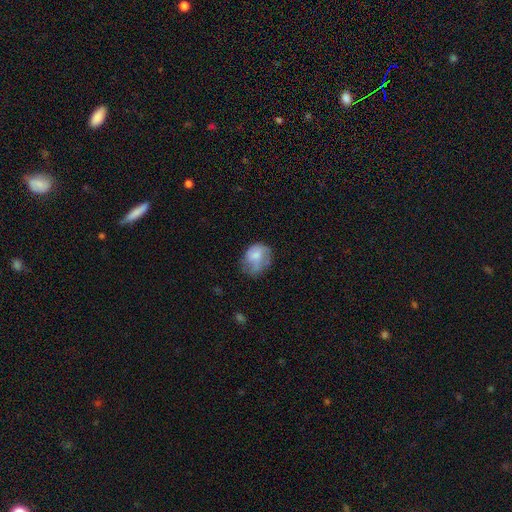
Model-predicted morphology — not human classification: Smooth or featured: smooth — 62% (featured or disk — 30%)
How rounded: in between — 51% (round — 48%)
Merging: none — 39% (minor disturbance — 34%)